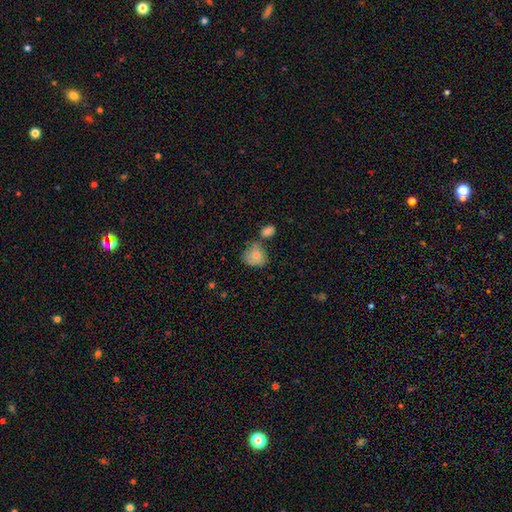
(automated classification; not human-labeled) Smooth or featured? Predicted: smooth (p=0.77). How rounded? Predicted: round (p=0.61). Merging? Predicted: none (p=0.42).